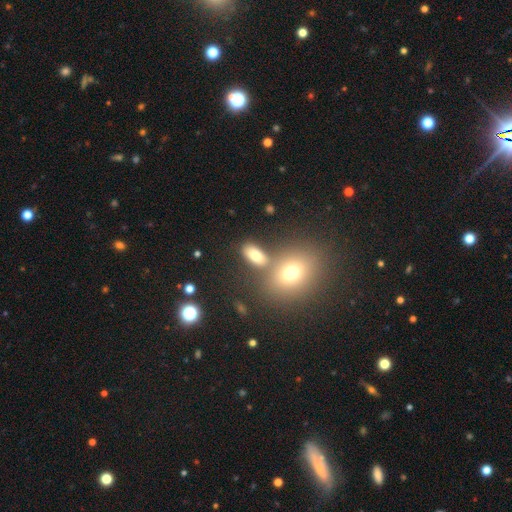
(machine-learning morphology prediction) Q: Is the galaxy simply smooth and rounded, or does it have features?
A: smooth — 76%.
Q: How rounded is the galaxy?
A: in between — 83%.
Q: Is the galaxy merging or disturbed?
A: none — 62%.